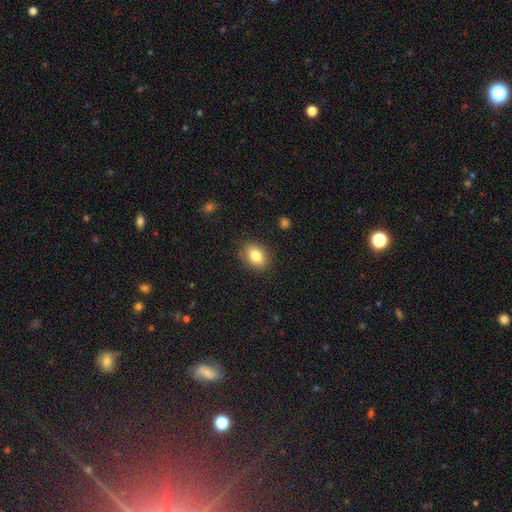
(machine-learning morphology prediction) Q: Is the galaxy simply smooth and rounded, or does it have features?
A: smooth — 82%.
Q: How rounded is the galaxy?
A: in between — 75%.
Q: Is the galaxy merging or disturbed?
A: none — 85%.